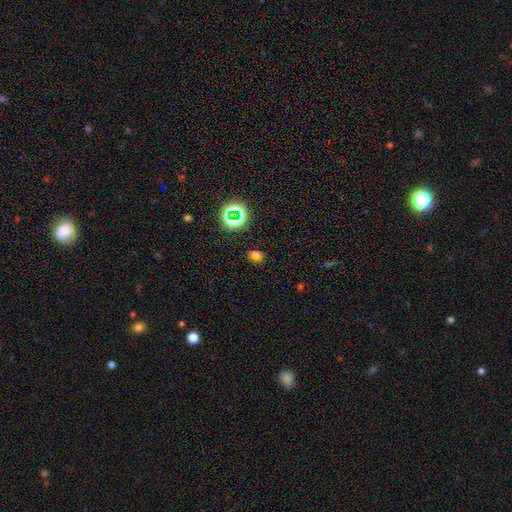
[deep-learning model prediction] This is possibly a smooth galaxy (57%). How rounded: likely in between (65%). Merging: clearly none (81%).